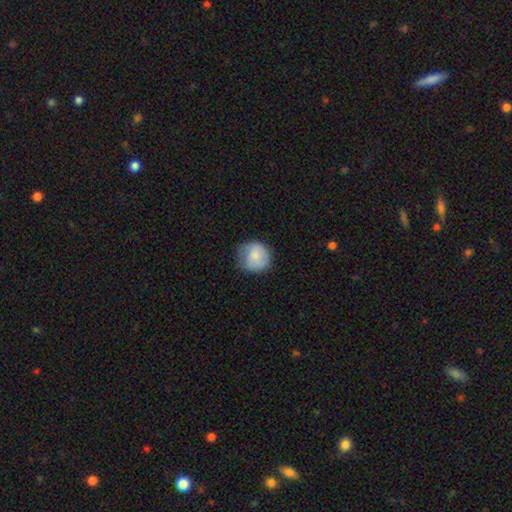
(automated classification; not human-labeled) Morphology: type=smooth (77%); roundness=round (88%); merging=none (66%).